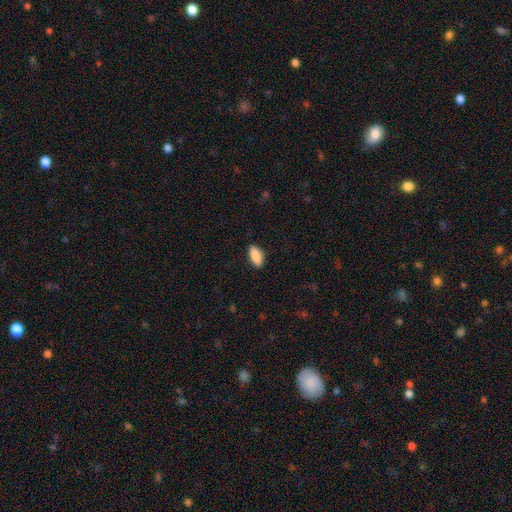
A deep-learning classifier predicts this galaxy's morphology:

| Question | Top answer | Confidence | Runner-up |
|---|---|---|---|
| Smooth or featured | smooth | 88% | star or artifact (6%) |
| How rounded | in between | 84% | cigar-shaped (14%) |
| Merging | none | 88% | minor disturbance (9%) |